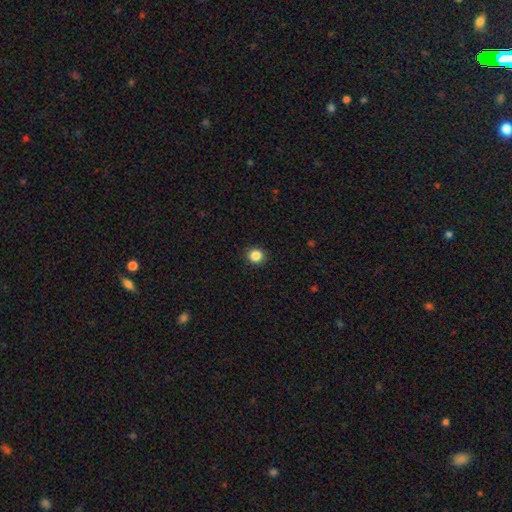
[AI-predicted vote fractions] Q: Smooth or featured?
A: smooth (86%); runner-up: star or artifact (11%)
Q: How rounded?
A: round (92%); runner-up: in between (7%)
Q: Merging?
A: none (92%); runner-up: minor disturbance (5%)